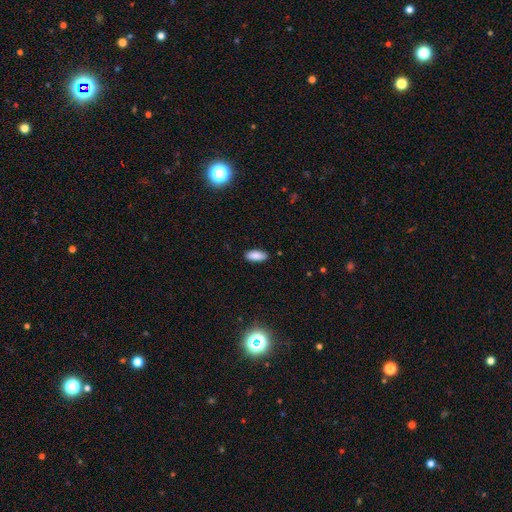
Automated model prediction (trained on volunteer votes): A smooth galaxy with no disk features (87%) that is in between round and cigar-shaped (84%). Merging: none (87%).